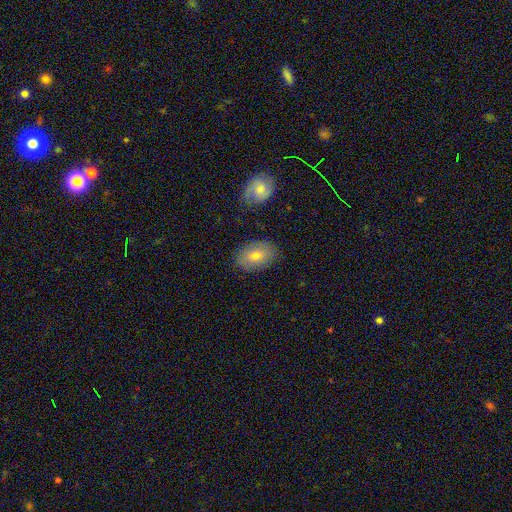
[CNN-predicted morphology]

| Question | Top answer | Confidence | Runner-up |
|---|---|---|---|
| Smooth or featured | smooth | 75% | featured or disk (18%) |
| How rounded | in between | 88% | round (10%) |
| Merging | none | 83% | minor disturbance (12%) |